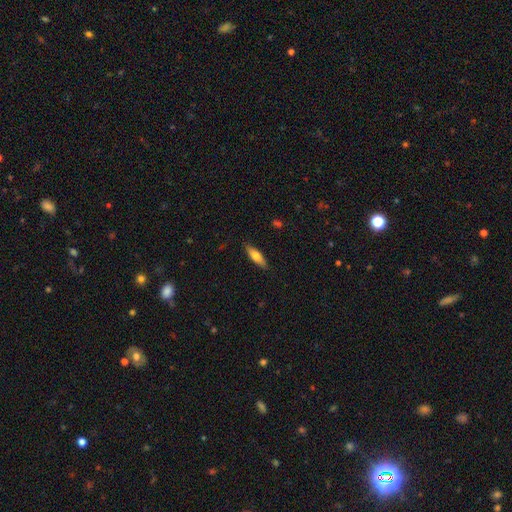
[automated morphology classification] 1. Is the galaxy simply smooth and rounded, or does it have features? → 67% smooth, 27% featured or disk, 6% star or artifact.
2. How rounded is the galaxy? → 57% cigar-shaped, 41% in between, 2% round.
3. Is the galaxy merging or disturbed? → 87% none, 10% minor disturbance, 2% major disturbance, 1% merger.